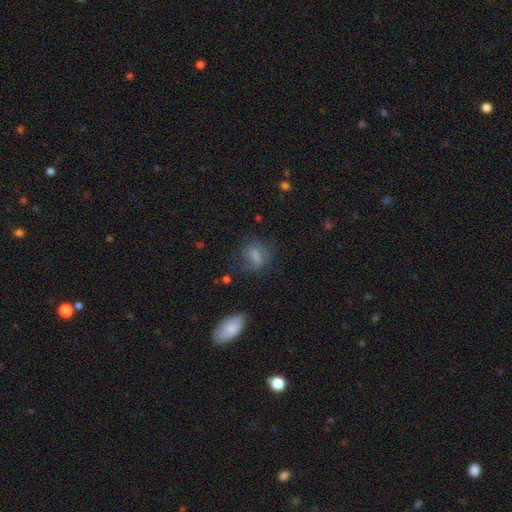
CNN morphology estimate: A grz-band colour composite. It shows a smooth galaxy with no disk features (67%) that is in between round and cigar-shaped (56%). Merging: none (61%).